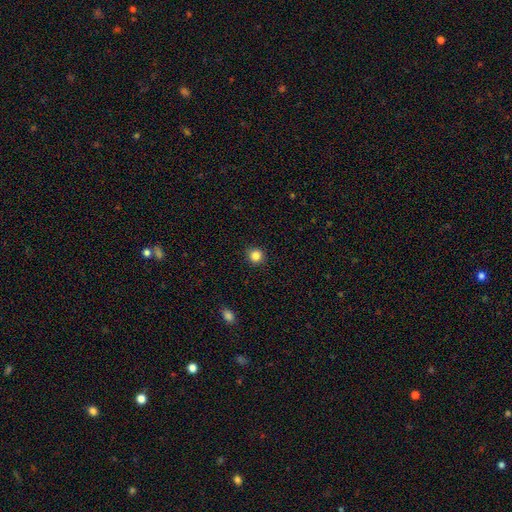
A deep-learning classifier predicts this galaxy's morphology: Smooth or featured: smooth — 85% (star or artifact — 11%)
How rounded: round — 92% (in between — 7%)
Merging: none — 91% (minor disturbance — 6%)